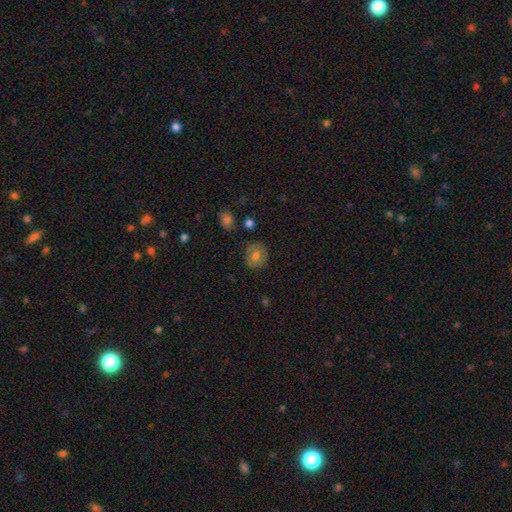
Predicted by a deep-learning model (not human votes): smooth-or-featured: smooth: 69% | featured or disk: 20% | star or artifact: 10%
  how-rounded: round: 85% | in between: 14% | cigar-shaped: 1%
  merging: none: 80% | minor disturbance: 14% | major disturbance: 3% | merger: 2%